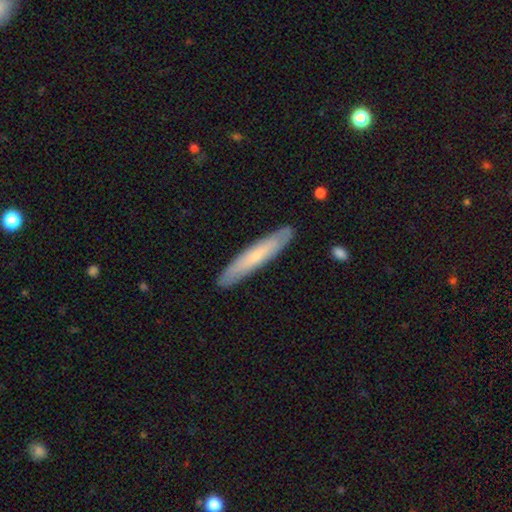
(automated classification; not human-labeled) A smooth galaxy with no disk features (59%) that is cigar-shaped (91%).

Vote fractions:
- Smooth or featured? smooth: 59% / featured or disk: 35% / star or artifact: 6%
- How rounded? cigar-shaped: 91% / in between: 8% / round: 1%
- Merging? none: 89% / minor disturbance: 9% / major disturbance: 2% / merger: 1%